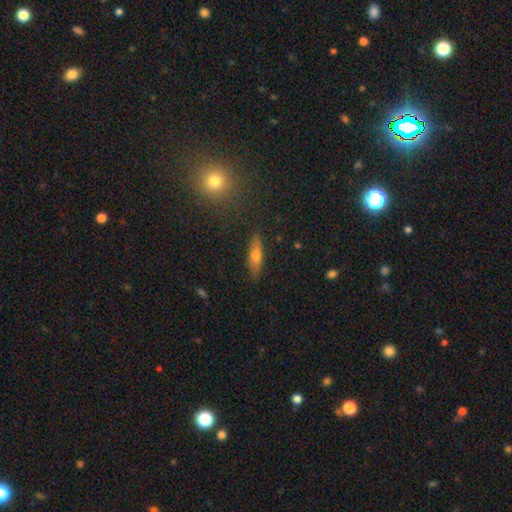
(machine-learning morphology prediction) Smooth or featured? Predicted: smooth (p=0.58). How rounded? Predicted: cigar-shaped (p=0.57). Merging? Predicted: none (p=0.87).